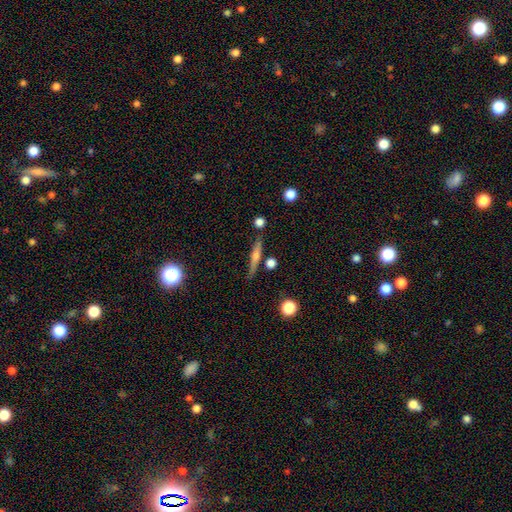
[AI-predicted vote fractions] smooth-or-featured: featured or disk: 55% | smooth: 36% | star or artifact: 9%
  disk-edge-on: yes: 95% | no: 5%
    edge-on-bulge: rounded: 72% | none: 19% | boxy: 9%
  merging: none: 82% | minor disturbance: 11% | merger: 5% | major disturbance: 3%